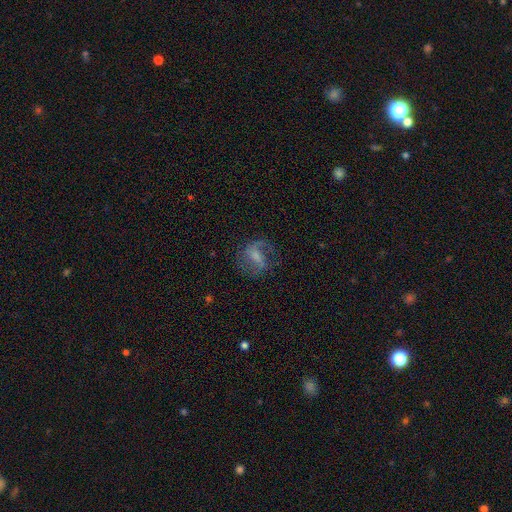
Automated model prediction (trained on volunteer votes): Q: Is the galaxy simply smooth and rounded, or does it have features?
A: featured or disk — 69%.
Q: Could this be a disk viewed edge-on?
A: no — 95%.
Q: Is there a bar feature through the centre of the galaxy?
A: weak — 46%.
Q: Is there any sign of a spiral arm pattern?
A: yes — 87%.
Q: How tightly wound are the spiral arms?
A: medium — 45%.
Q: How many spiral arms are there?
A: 2 — 75%.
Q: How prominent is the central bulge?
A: small — 43%.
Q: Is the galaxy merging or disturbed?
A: none — 68%.